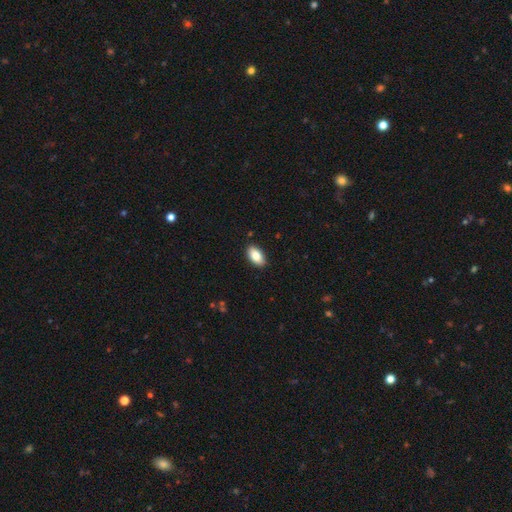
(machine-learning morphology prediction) Overall: smooth (85%). How rounded: in between (93%). Merging: none (89%).